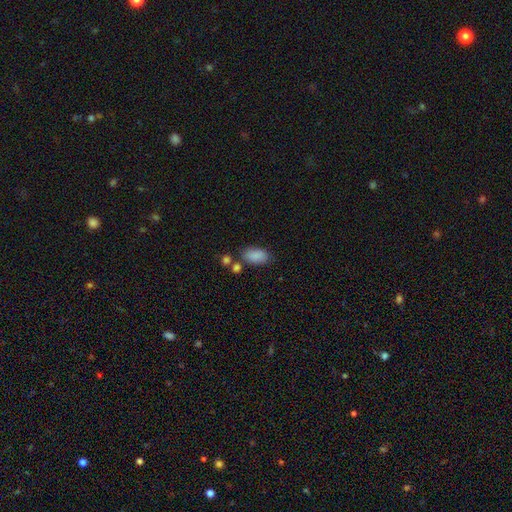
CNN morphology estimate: Q: Smooth or featured?
A: smooth (87%); runner-up: star or artifact (7%)
Q: How rounded?
A: in between (93%); runner-up: round (5%)
Q: Merging?
A: none (69%); runner-up: minor disturbance (15%)